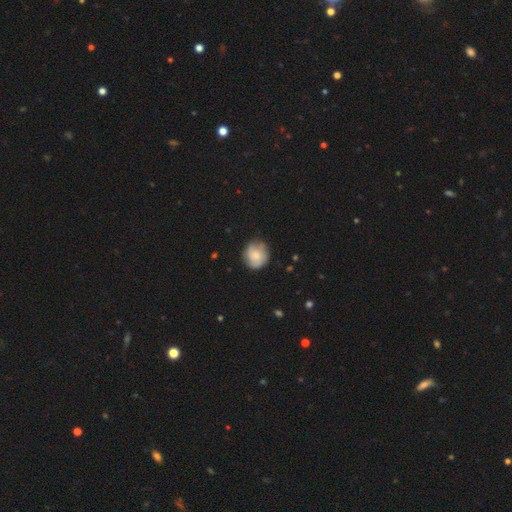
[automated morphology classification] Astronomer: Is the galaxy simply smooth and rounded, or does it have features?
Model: smooth — 67%.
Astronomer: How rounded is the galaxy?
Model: round — 87%.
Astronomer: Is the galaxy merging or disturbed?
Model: none — 77%.